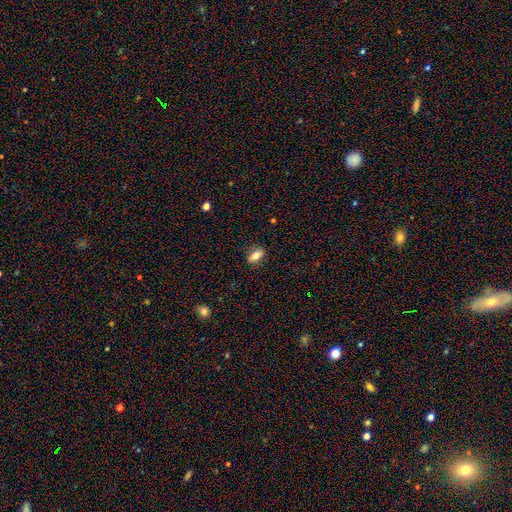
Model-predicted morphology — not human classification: smooth 73%, featured or disk 19%, star or artifact 9%. Down the decision tree: how rounded — in between (81%); merging — none (85%).